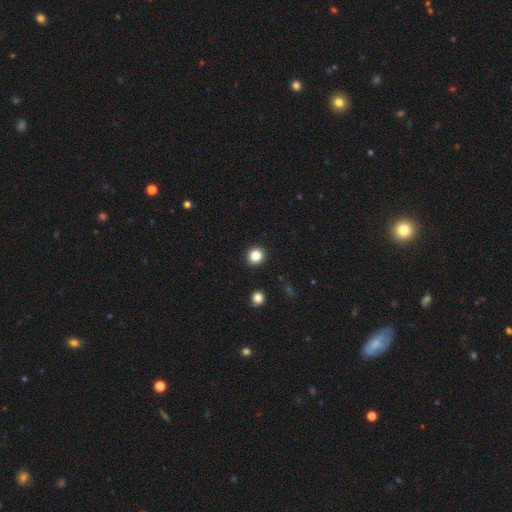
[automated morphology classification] This appears to be a smooth galaxy with no disk features (84%) that is round (92%). Merging: none (93%).